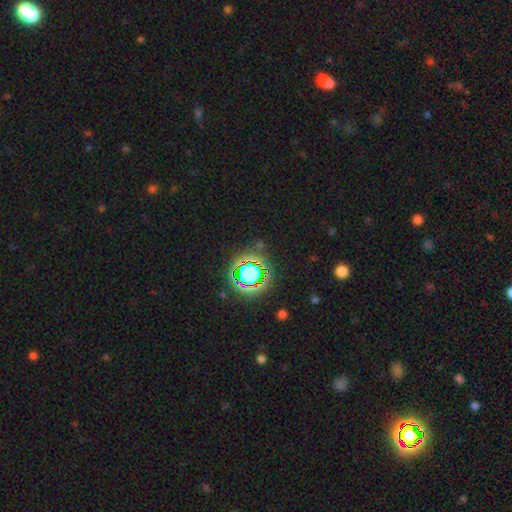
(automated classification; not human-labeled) A star or artifact, not a galaxy (79%).

Vote fractions:
- Smooth or featured? star or artifact: 79% / smooth: 14% / featured or disk: 7%